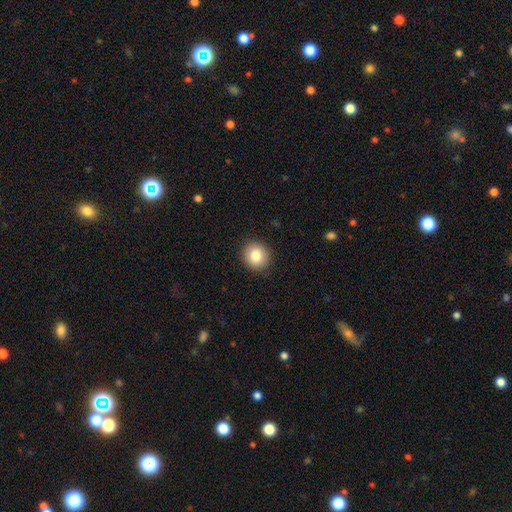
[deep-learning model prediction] Smooth or featured? smooth (83%)
How rounded? round (86%)
Merging? none (91%)